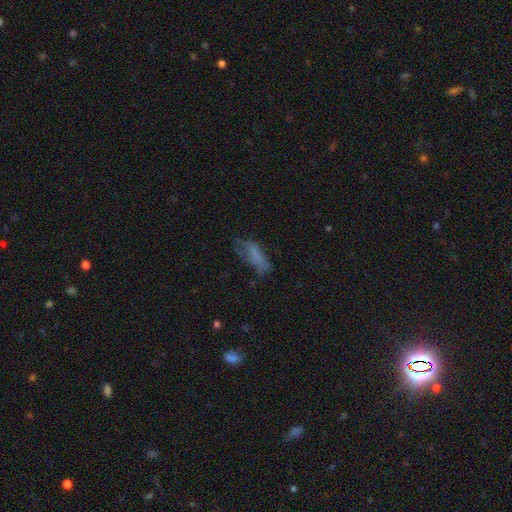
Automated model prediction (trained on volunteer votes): A smooth galaxy with no disk features (63%) that is in between round and cigar-shaped (60%).

Vote fractions:
- Smooth or featured? smooth: 63% / featured or disk: 25% / star or artifact: 13%
- How rounded? in between: 60% / cigar-shaped: 38% / round: 3%
- Merging? none: 45% / minor disturbance: 29% / major disturbance: 23% / merger: 3%